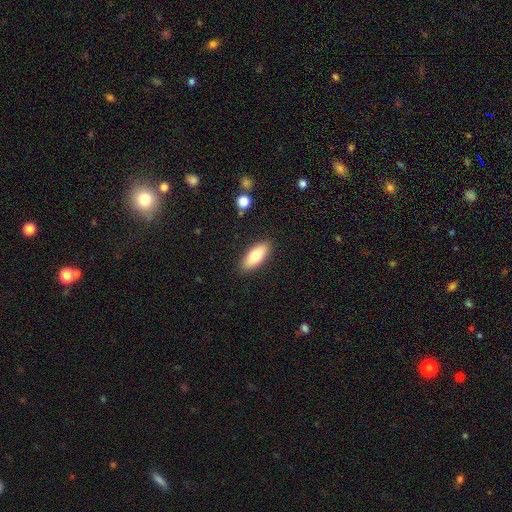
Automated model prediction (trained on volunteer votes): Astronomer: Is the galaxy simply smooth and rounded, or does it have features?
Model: smooth — 76%.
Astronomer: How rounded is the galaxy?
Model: in between — 78%.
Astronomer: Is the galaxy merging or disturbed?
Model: none — 88%.